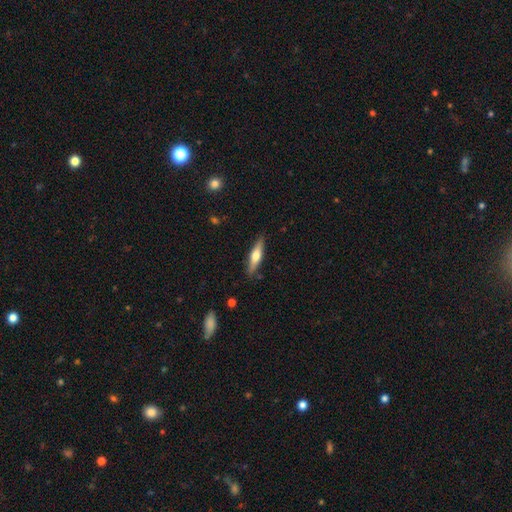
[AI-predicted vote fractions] Q: Smooth or featured?
A: featured or disk (49%); runner-up: smooth (45%)
Q: Merging?
A: none (87%); runner-up: minor disturbance (10%)